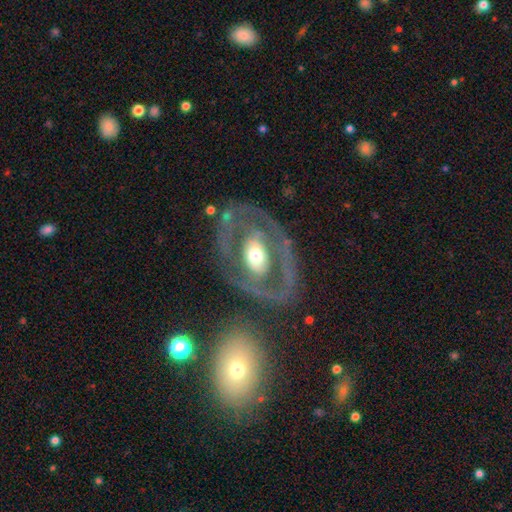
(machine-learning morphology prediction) featured or disk 77%, smooth 17%, star or artifact 5%. Down the decision tree: edge-on disk — no (94%); bar — no (56%); spiral arms — yes (56%); bulge size — moderate (63%); merging — none (64%).